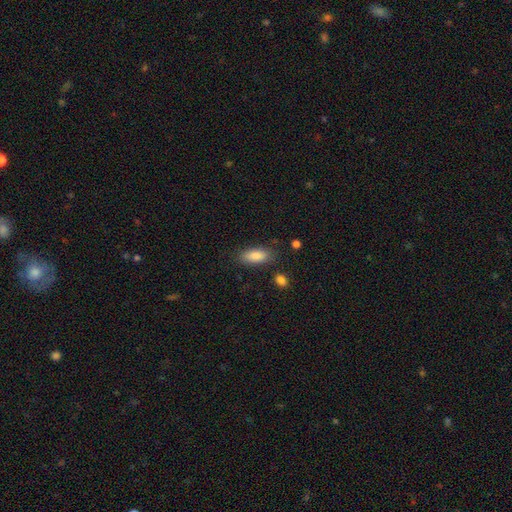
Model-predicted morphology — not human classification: smooth_or_featured: smooth (p=0.85) [alt: star or artifact p=0.08]
how_rounded: in between (p=0.77) [alt: cigar-shaped p=0.20]
merging: none (p=0.84) [alt: minor disturbance p=0.11]